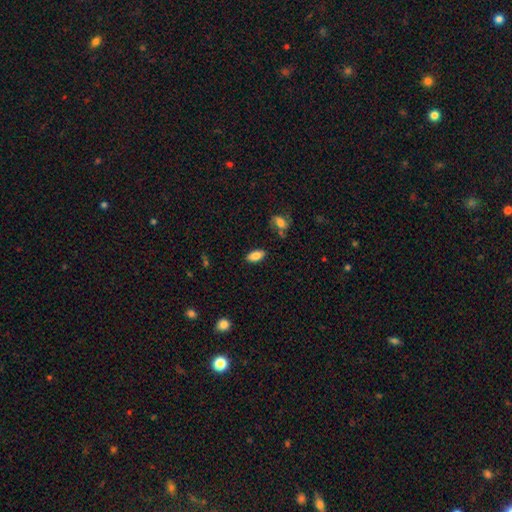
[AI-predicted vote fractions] Smooth or featured: smooth — 82% (featured or disk — 11%)
How rounded: in between — 91% (cigar-shaped — 6%)
Merging: none — 85% (minor disturbance — 10%)